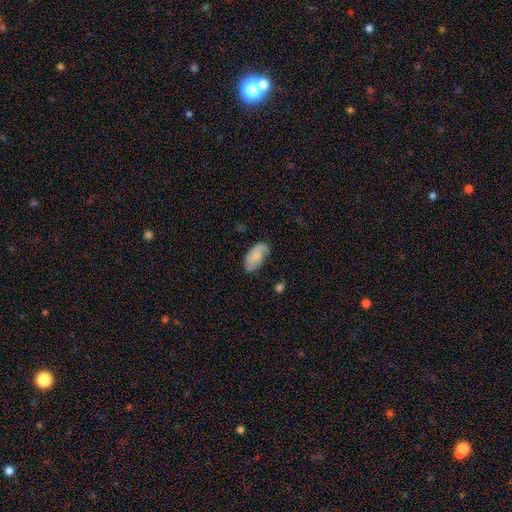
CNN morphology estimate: Smooth or featured? Predicted: smooth (p=0.60). How rounded? Predicted: in between (p=0.93). Merging? Predicted: none (p=0.54).